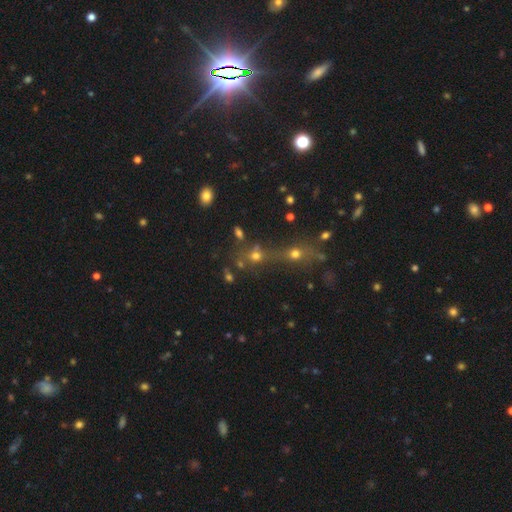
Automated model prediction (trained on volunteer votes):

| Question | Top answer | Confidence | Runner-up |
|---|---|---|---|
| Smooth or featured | smooth | 62% | star or artifact (25%) |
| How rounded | round | 75% | in between (22%) |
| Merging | merger | 45% | none (38%) |